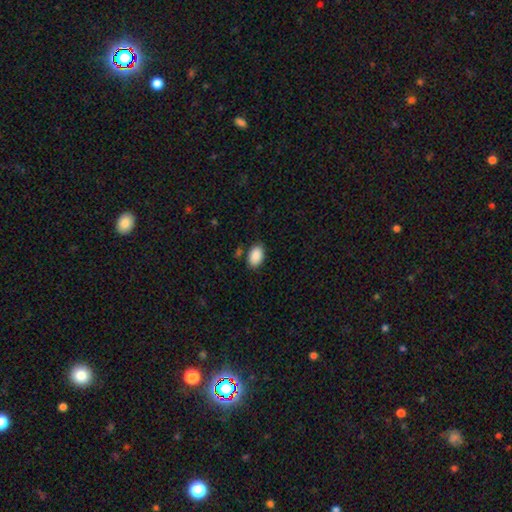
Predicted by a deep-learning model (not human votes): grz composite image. It shows a smooth galaxy with no disk features (90%) that is in between round and cigar-shaped (93%). Merging: none (83%).